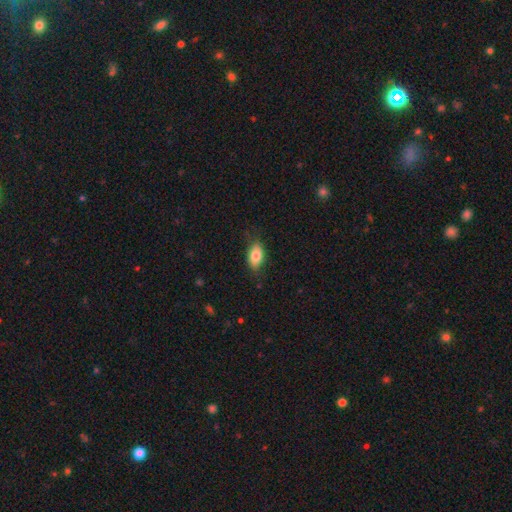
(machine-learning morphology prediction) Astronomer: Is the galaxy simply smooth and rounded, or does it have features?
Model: smooth — 82%.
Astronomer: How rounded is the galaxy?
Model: in between — 91%.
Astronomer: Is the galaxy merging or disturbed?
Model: none — 78%.